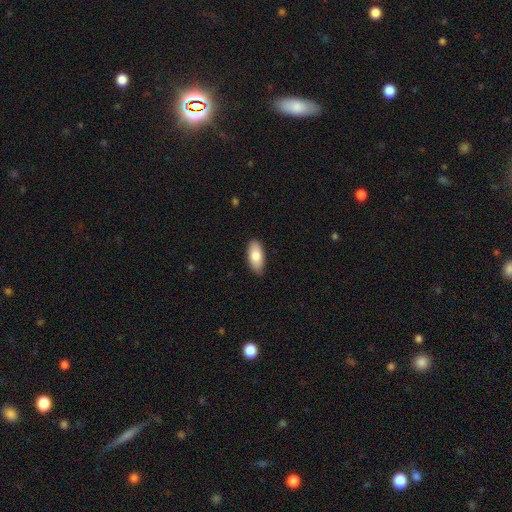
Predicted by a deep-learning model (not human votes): A smooth galaxy with no disk features (82%) that is in between round and cigar-shaped (91%). Merging: none (86%).